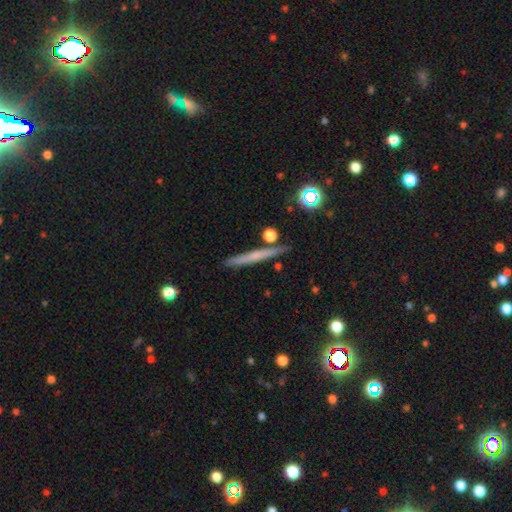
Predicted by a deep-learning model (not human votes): Q: Smooth or featured?
A: smooth (48%); runner-up: featured or disk (43%)
Q: Merging?
A: none (87%); runner-up: minor disturbance (8%)